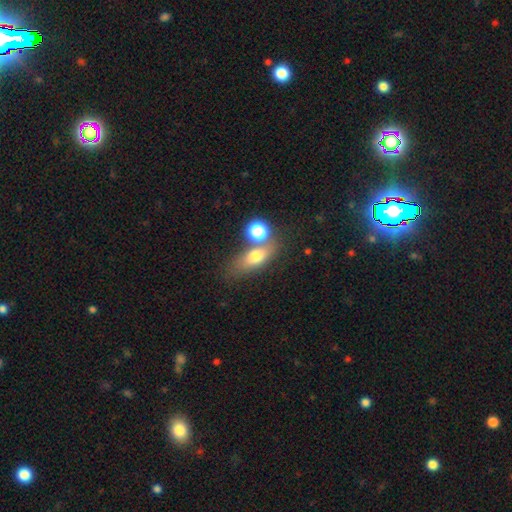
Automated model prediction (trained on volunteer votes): Smooth or featured? Predicted: smooth (p=0.69). How rounded? Predicted: in between (p=0.64). Merging? Predicted: none (p=0.52).